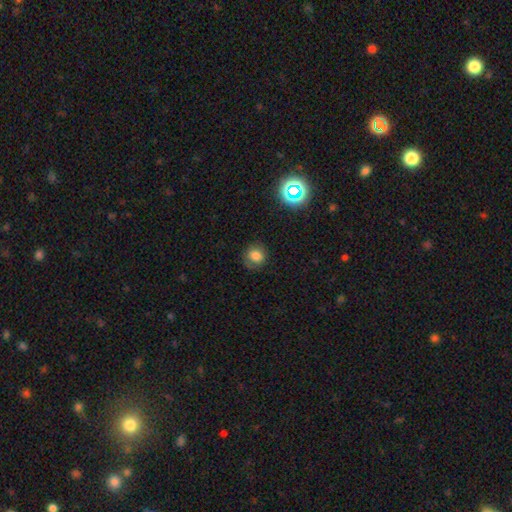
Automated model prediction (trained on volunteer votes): Smooth or featured? smooth (76%)
How rounded? round (84%)
Merging? none (79%)